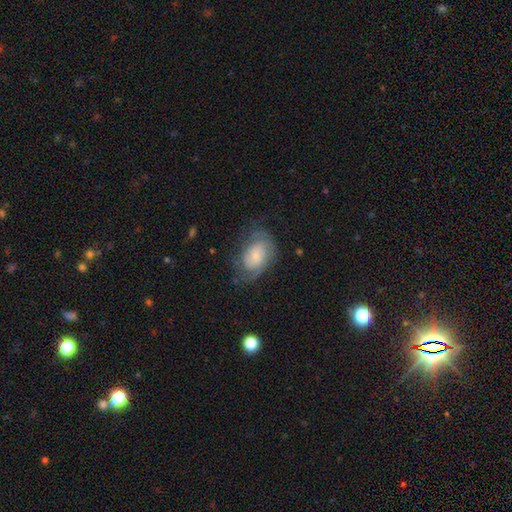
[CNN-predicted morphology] The model was most divided on "spiral winding": tight: 44%, medium: 41%, loose: 15%. Remaining: edge-on disk — no (97%); spiral arms — yes (88%); bar — no (63%); smooth or featured — featured or disk (62%); merging — none (59%); spiral arm count — 2 (50%); bulge size — small (50%).